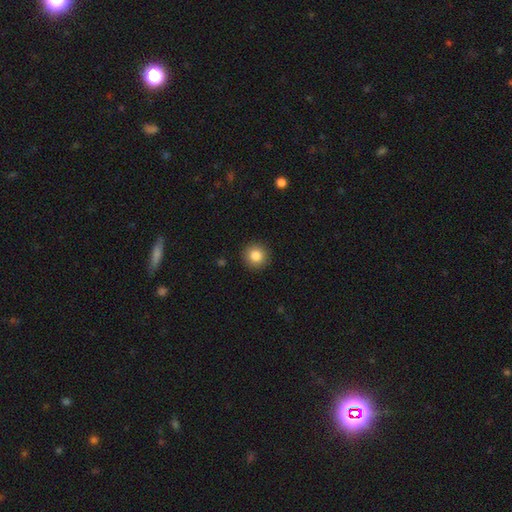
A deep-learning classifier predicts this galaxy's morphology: Smooth or featured? smooth (85%)
How rounded? round (95%)
Merging? none (92%)